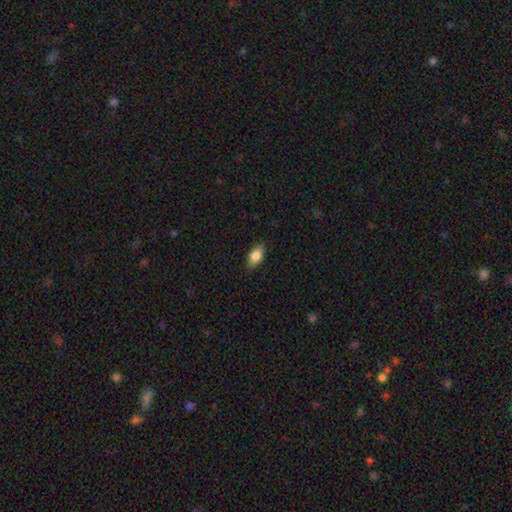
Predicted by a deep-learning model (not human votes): A smooth galaxy with no disk features (83%) that is in between round and cigar-shaped (89%). Merging: none (85%).